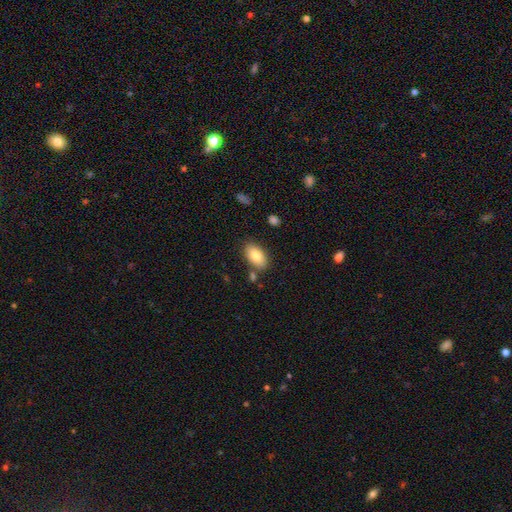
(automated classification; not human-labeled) Smooth or featured? smooth (82%)
How rounded? in between (93%)
Merging? none (79%)